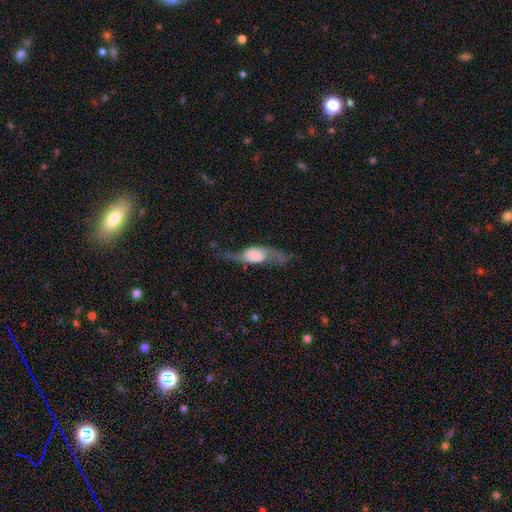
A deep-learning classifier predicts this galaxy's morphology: A featured or disk galaxy (70%) with no bar (65%), spiral arms (89%) and a large central bulge (34%). Merging: none (56%).